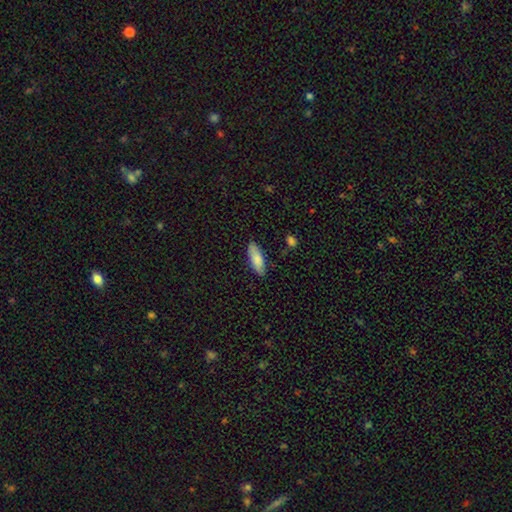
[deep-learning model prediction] Morphology: type=smooth (84%); roundness=in between (66%); merging=none (85%).